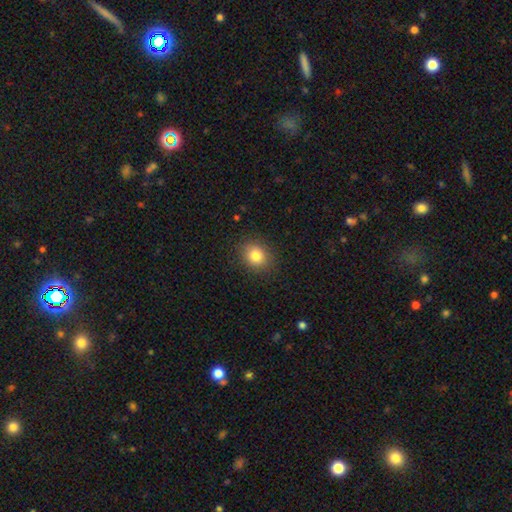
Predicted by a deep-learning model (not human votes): smooth_or_featured: smooth (p=0.82) [alt: star or artifact p=0.11]
how_rounded: round (p=0.60) [alt: in between p=0.39]
merging: none (p=0.87) [alt: minor disturbance p=0.10]